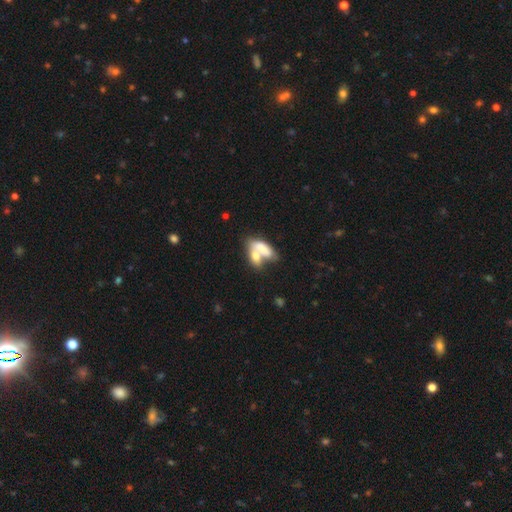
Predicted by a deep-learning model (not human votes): smooth 70%, featured or disk 22%, star or artifact 7%. Down the decision tree: how rounded — in between (81%); merging — merger (66%).